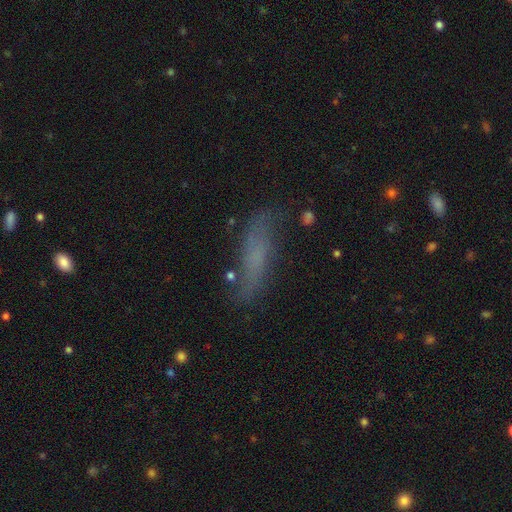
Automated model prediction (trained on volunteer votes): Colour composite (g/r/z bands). It shows a smooth galaxy with no disk features (50%) that is cigar-shaped (62%). Merging: none (69%).